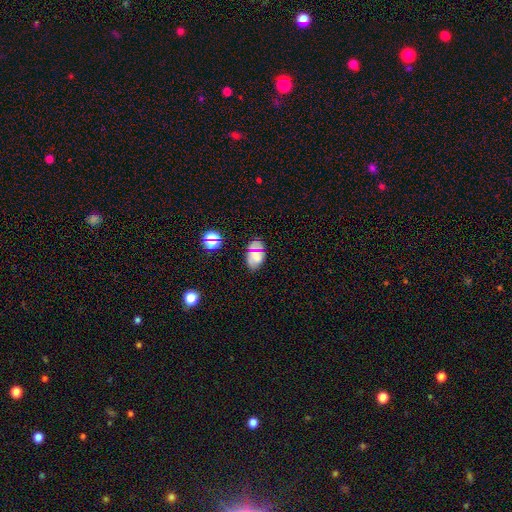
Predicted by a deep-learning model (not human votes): Smooth or featured? Predicted: smooth (p=0.60). How rounded? Predicted: in between (p=0.83). Merging? Predicted: none (p=0.75).